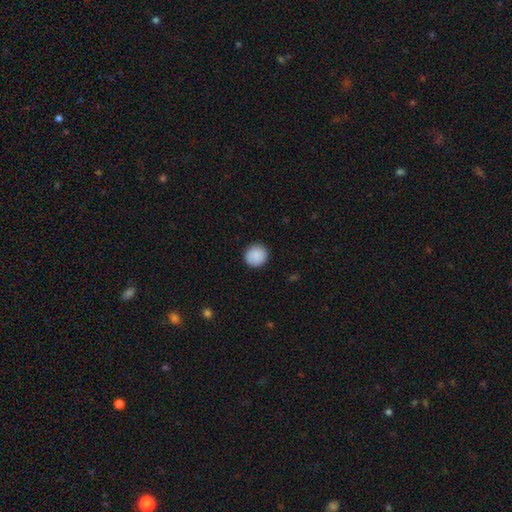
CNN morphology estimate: Overall: smooth (90%). How rounded: round (92%). Merging: none (91%).